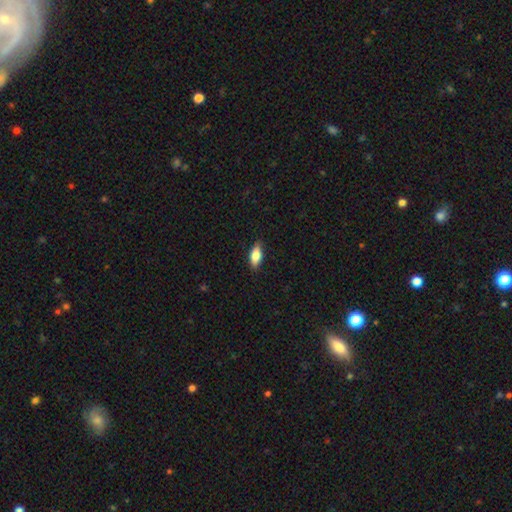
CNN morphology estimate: type=smooth (78%); roundness=in between (82%); merging=none (86%).